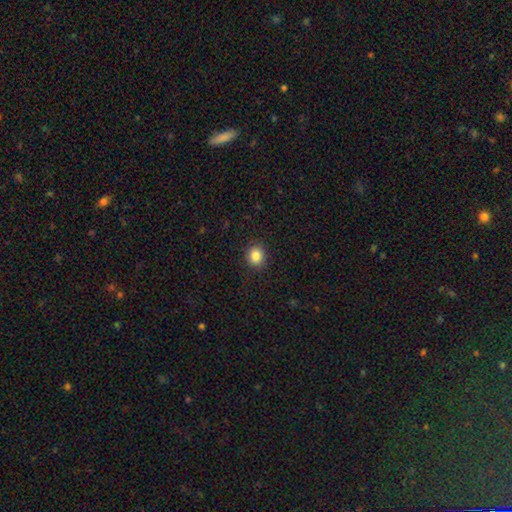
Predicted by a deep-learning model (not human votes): Morphology: type=smooth (85%); roundness=round (77%); merging=none (89%).